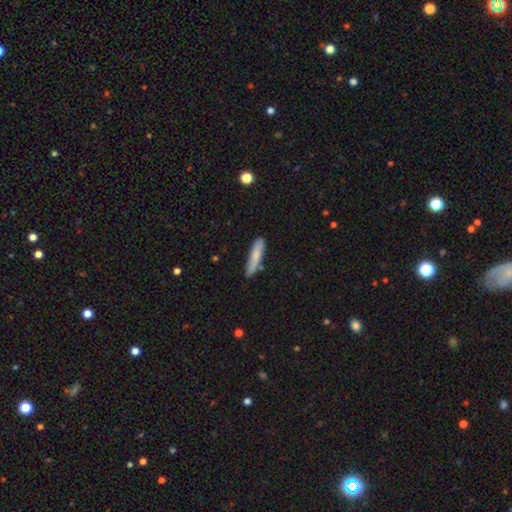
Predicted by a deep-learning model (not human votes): Morphology: type=smooth (74%); roundness=cigar-shaped (83%); merging=none (75%).